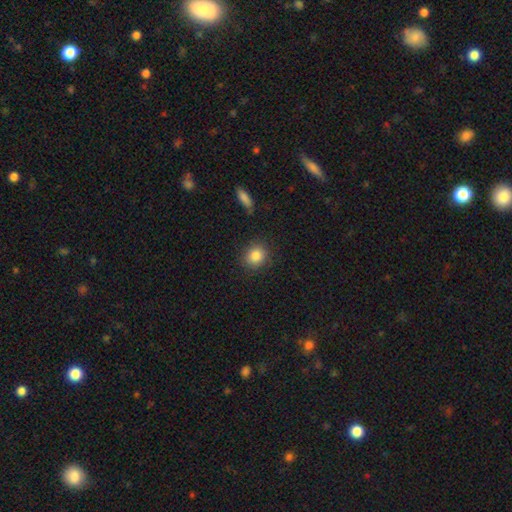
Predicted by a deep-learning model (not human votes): The model was most divided on "how rounded": round: 80%, in between: 19%, cigar-shaped: 1%. More confident: merging — none (86%); smooth or featured — smooth (84%).